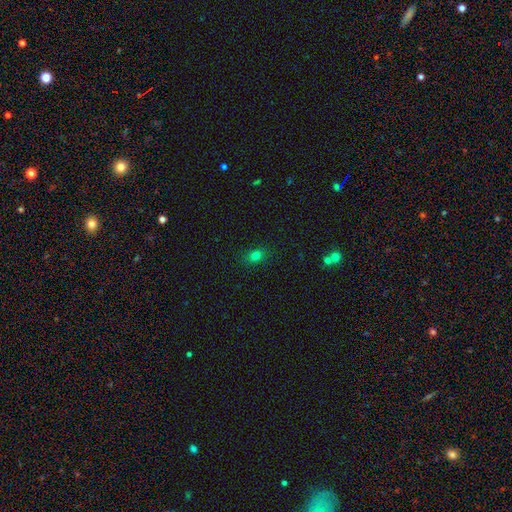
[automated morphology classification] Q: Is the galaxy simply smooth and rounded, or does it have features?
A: smooth — 76%.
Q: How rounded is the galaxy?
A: in between — 57%.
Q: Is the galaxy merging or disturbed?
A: none — 86%.